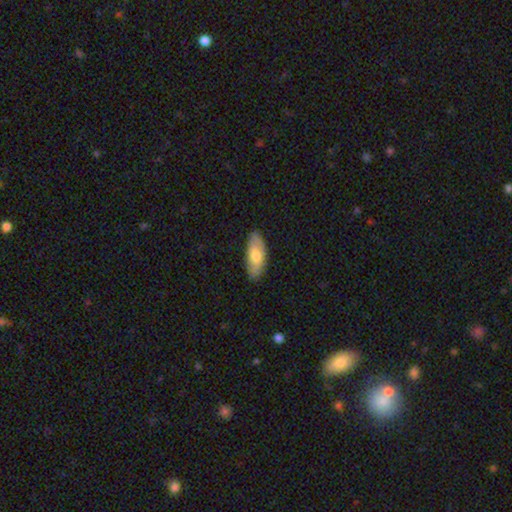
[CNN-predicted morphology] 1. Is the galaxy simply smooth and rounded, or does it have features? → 68% smooth, 27% featured or disk, 5% star or artifact.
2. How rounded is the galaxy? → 83% in between, 15% cigar-shaped, 2% round.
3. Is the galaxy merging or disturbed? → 84% none, 13% minor disturbance, 2% major disturbance, 1% merger.